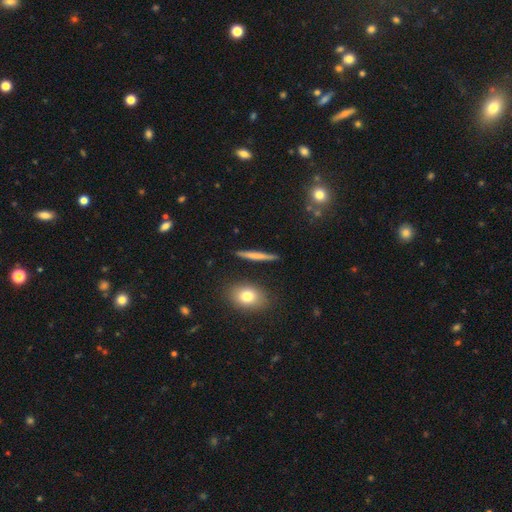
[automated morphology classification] Overall: smooth (58%; featured or disk 35%). How rounded: cigar-shaped (91%). Merging: none (90%).